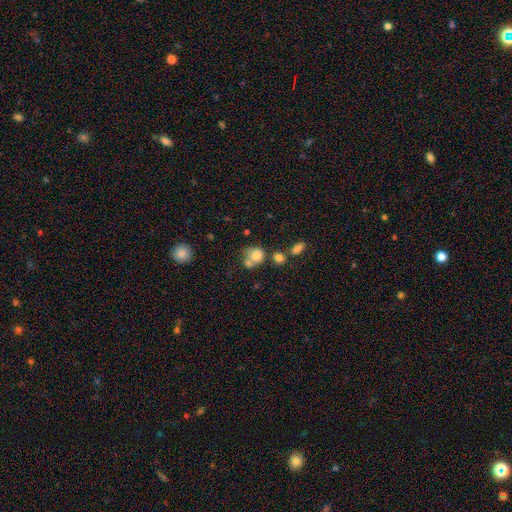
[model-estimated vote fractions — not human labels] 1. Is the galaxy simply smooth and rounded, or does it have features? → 76% smooth, 14% featured or disk, 11% star or artifact.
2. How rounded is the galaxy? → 67% round, 32% in between, 1% cigar-shaped.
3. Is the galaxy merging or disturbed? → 42% merger, 35% none, 15% minor disturbance, 9% major disturbance.